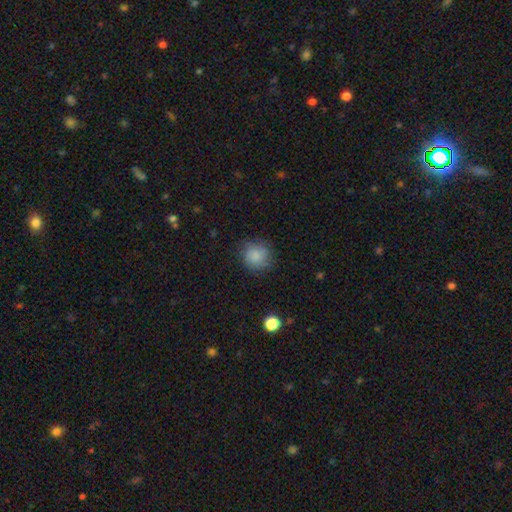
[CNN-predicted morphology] Smooth or featured?
  - smooth: 80% *
  - featured or disk: 10%
  - star or artifact: 9%
How rounded?
  - round: 89% *
  - in between: 10%
  - cigar-shaped: 1%
Merging?
  - none: 77% *
  - minor disturbance: 16%
  - major disturbance: 5%
  - merger: 1%